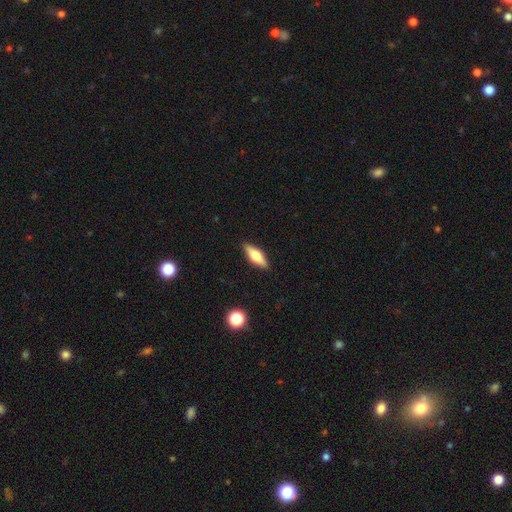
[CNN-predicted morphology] smooth_or_featured: smooth (p=0.53) [alt: featured or disk p=0.41]
how_rounded: in between (p=0.50) [alt: cigar-shaped p=0.47]
merging: none (p=0.89) [alt: minor disturbance p=0.08]